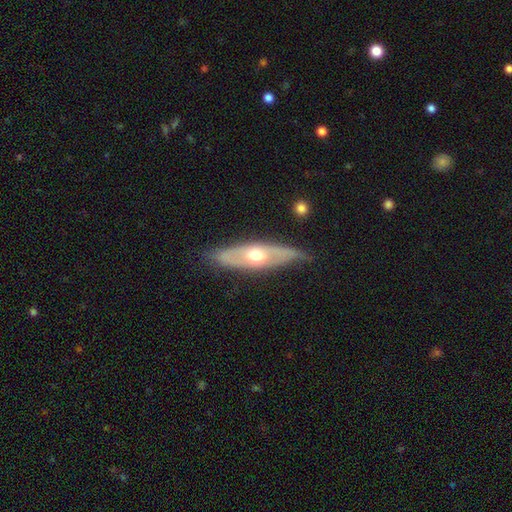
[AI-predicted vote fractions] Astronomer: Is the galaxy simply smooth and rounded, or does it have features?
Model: featured or disk — 58% (runner-up: smooth, 37%).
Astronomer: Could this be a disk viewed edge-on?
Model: no — 53% (runner-up: yes, 47%).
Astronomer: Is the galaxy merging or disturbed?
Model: none — 74%.